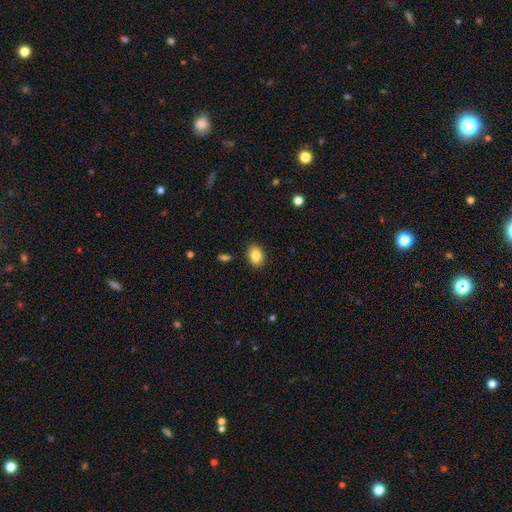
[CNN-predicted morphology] The model was most divided on "how rounded": in between: 73%, round: 26%, cigar-shaped: 1%. More confident: merging — none (88%); smooth or featured — smooth (85%).